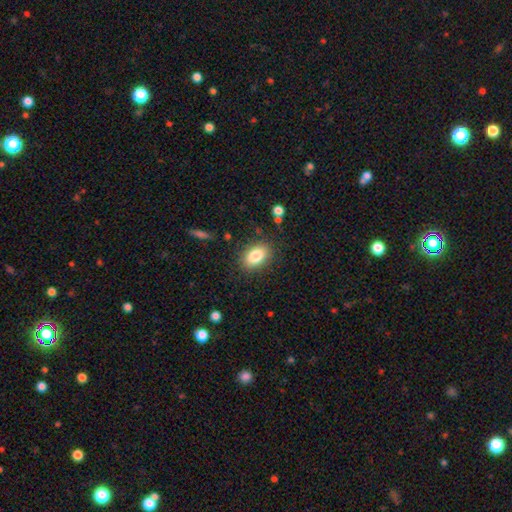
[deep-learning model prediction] A smooth galaxy with no disk features (84%) that is in between round and cigar-shaped (86%). Merging: none (84%).